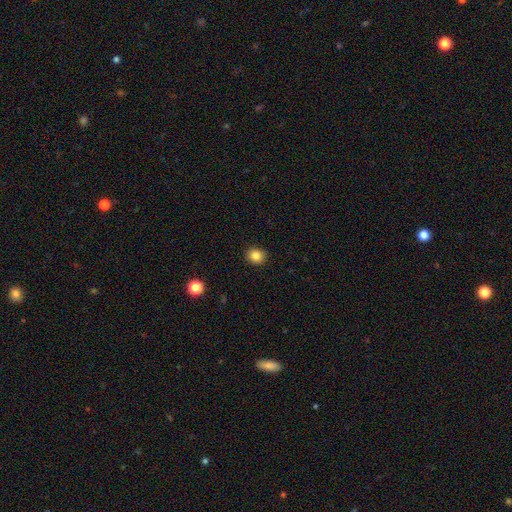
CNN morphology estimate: smooth_or_featured: smooth (p=0.84) [alt: star or artifact p=0.11]
how_rounded: round (p=0.77) [alt: in between p=0.22]
merging: none (p=0.92) [alt: minor disturbance p=0.06]